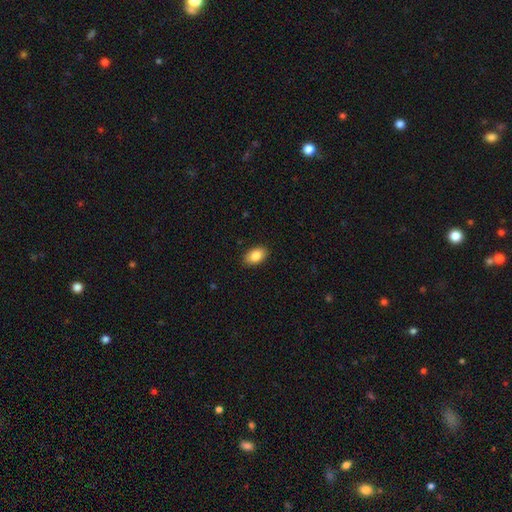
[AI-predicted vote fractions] smooth 85%, featured or disk 8%, star or artifact 7%. Down the decision tree: how rounded — in between (91%); merging — none (89%).